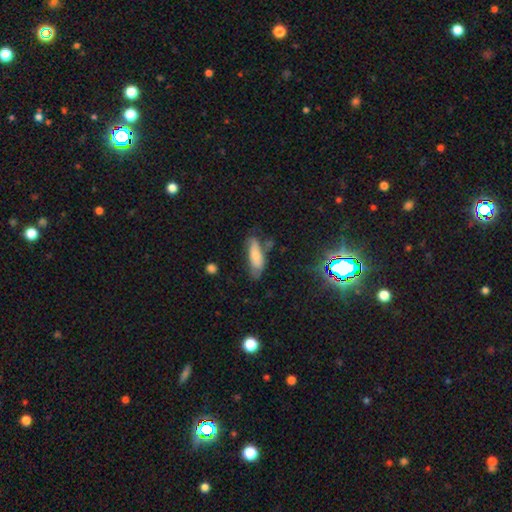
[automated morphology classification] Overall: smooth (65%; featured or disk 27%). How rounded: in between (61%; cigar-shaped 36%). Merging: none (53%; minor disturbance 29%).